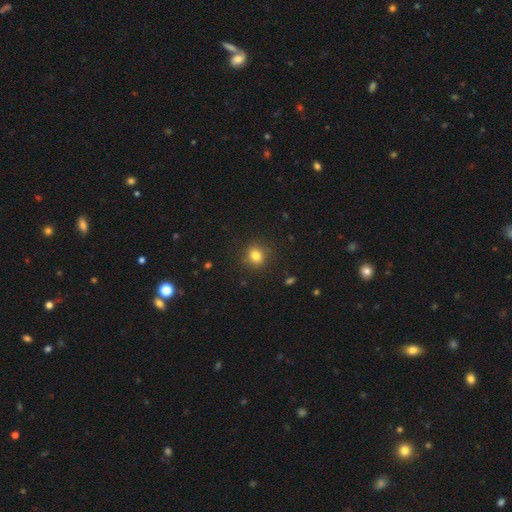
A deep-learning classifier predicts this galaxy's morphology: Smooth or featured? Predicted: smooth (p=0.82). How rounded? Predicted: round (p=0.70). Merging? Predicted: none (p=0.88).